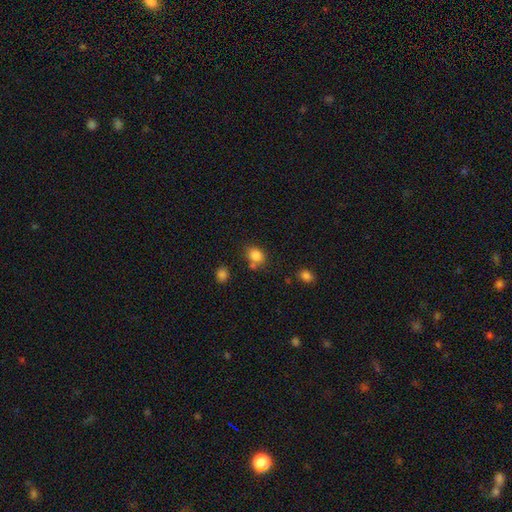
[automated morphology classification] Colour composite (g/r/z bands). It shows a smooth galaxy with no disk features (83%) that is in between round and cigar-shaped (57%). Merging: none (64%).